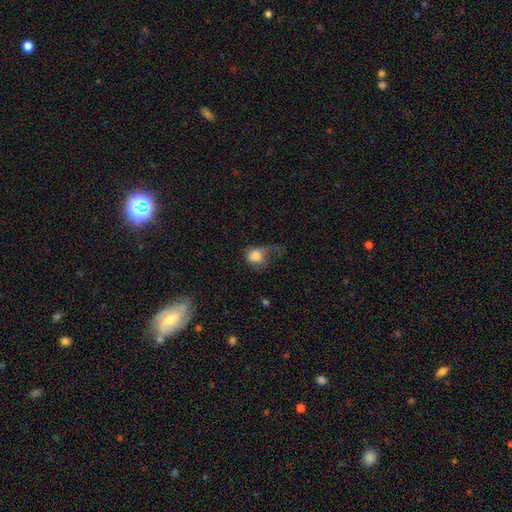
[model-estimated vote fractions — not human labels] Morphology: type=smooth (74%); roundness=round (58%); merging=major disturbance (54%).